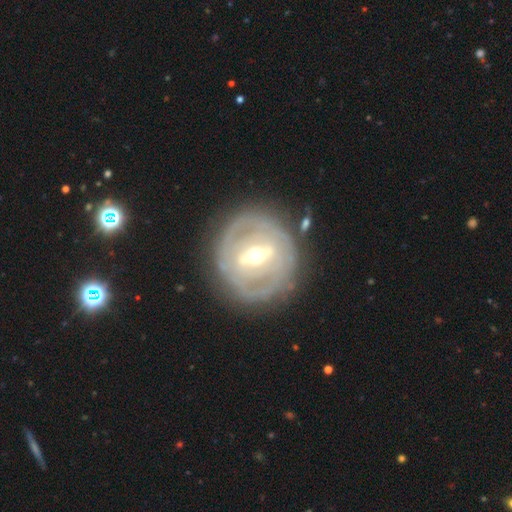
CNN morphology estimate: smooth-or-featured: featured or disk: 80% | smooth: 14% | star or artifact: 6%
  disk-edge-on: no: 93% | yes: 7%
    bar: strong: 51% | weak: 37% | no: 12%
    has-spiral-arms: yes: 61% | no: 39%
    bulge-size: moderate: 67% | small: 25% | large: 6% | dominant: 1% | none: 1%
  merging: none: 80% | minor disturbance: 12% | major disturbance: 6% | merger: 2%